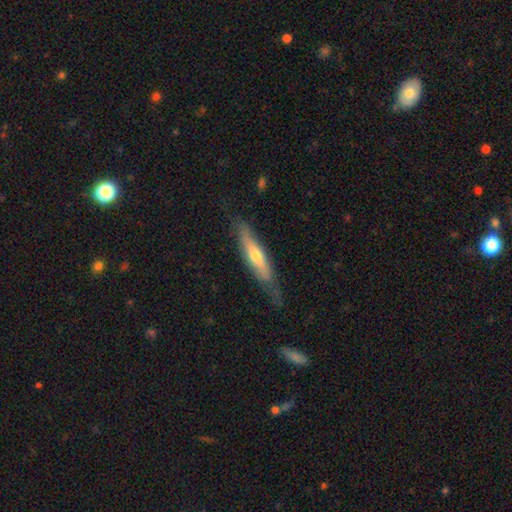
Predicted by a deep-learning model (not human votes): smooth_or_featured: featured or disk (p=0.51) [alt: smooth p=0.43]
disk_edge_on: yes (p=0.79) [alt: no p=0.21]
merging: none (p=0.66) [alt: minor disturbance p=0.25]